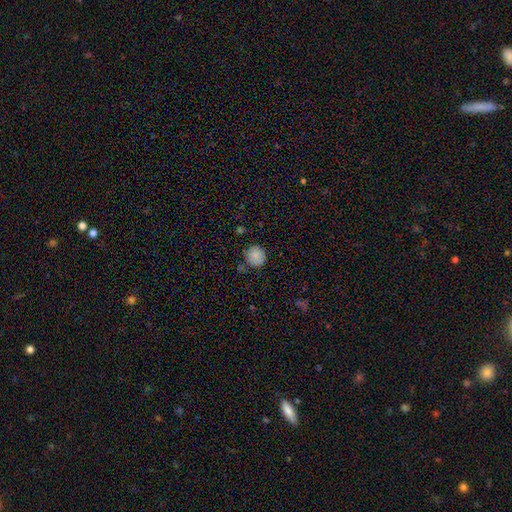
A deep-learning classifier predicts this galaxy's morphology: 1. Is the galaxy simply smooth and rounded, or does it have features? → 86% smooth, 9% star or artifact, 5% featured or disk.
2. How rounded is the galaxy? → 91% round, 8% in between, 1% cigar-shaped.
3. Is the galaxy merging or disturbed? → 81% none, 14% minor disturbance, 3% merger, 3% major disturbance.